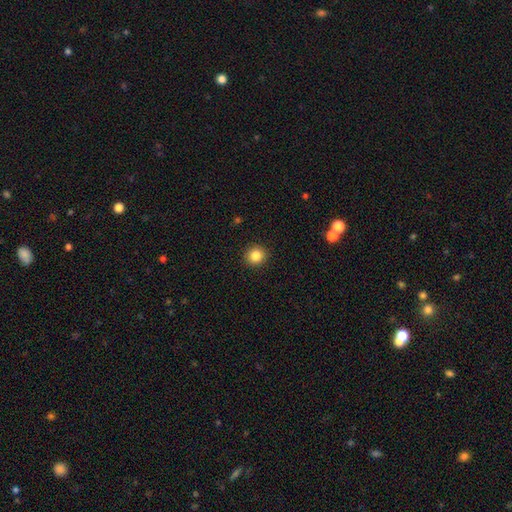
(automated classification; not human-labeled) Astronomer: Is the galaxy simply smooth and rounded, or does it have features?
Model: smooth — 85%.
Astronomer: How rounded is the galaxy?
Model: round — 91%.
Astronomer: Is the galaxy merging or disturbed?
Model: none — 92%.